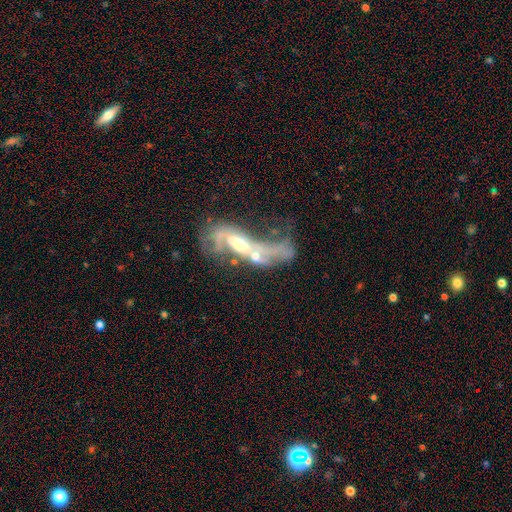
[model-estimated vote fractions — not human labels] Smooth or featured? Predicted: featured or disk (p=0.68). Edge-on disk? Predicted: no (p=0.83). Bar? Predicted: no (p=0.57). Spiral arms? Predicted: yes (p=0.54). Bulge size? Predicted: moderate (p=0.58). Merging? Predicted: merger (p=0.53).